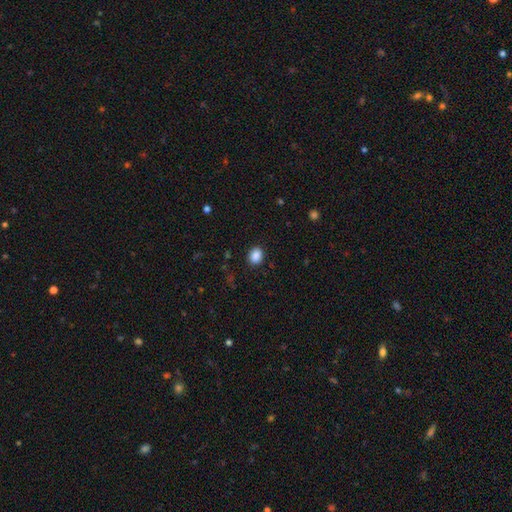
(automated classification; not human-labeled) Q: Smooth or featured?
A: smooth (88%); runner-up: star or artifact (9%)
Q: How rounded?
A: in between (51%); runner-up: round (48%)
Q: Merging?
A: none (89%); runner-up: minor disturbance (8%)